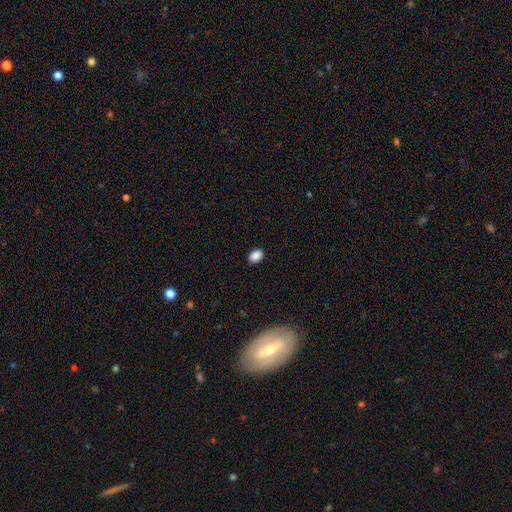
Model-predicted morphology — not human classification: This appears to be a smooth galaxy with no disk features (89%) that is in between round and cigar-shaped (77%). Merging: none (90%).